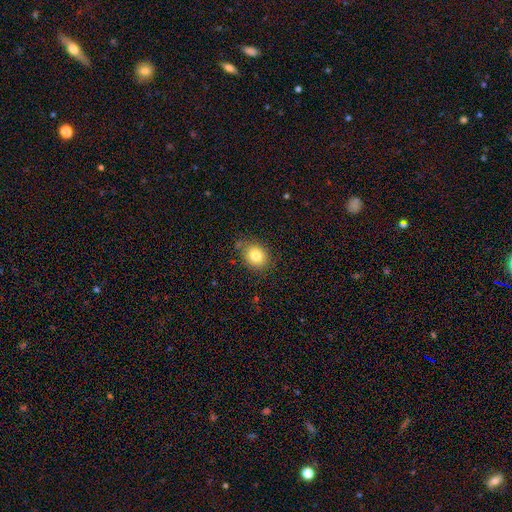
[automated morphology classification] Smooth or featured? smooth (82%)
How rounded? round (50%)
Merging? none (79%)